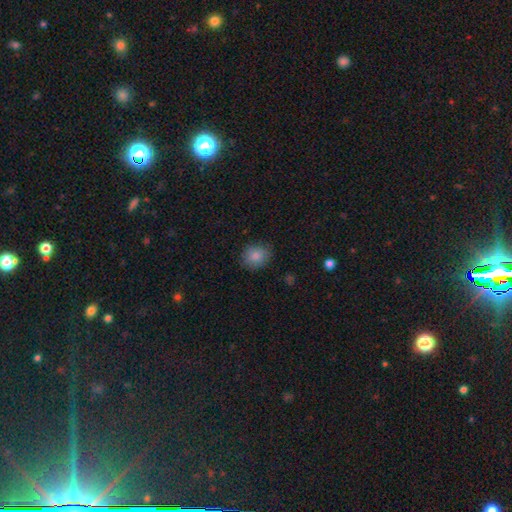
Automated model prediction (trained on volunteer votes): A smooth galaxy with no disk features (86%) that is round (69%).

Vote fractions:
- Smooth or featured? smooth: 86% / star or artifact: 9% / featured or disk: 5%
- How rounded? round: 69% / in between: 30% / cigar-shaped: 1%
- Merging? none: 83% / minor disturbance: 13% / major disturbance: 3% / merger: 1%